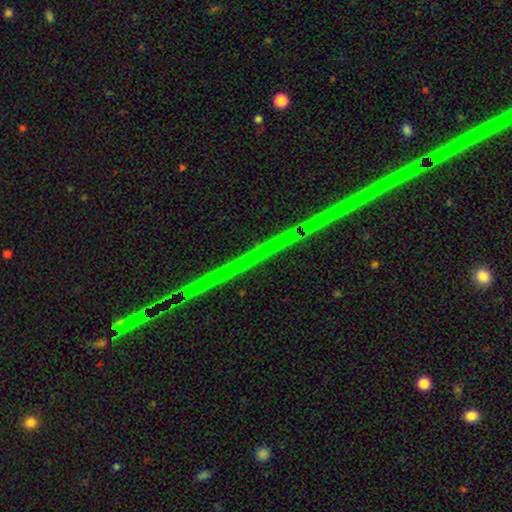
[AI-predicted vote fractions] Morphology: type=star or artifact (82%).